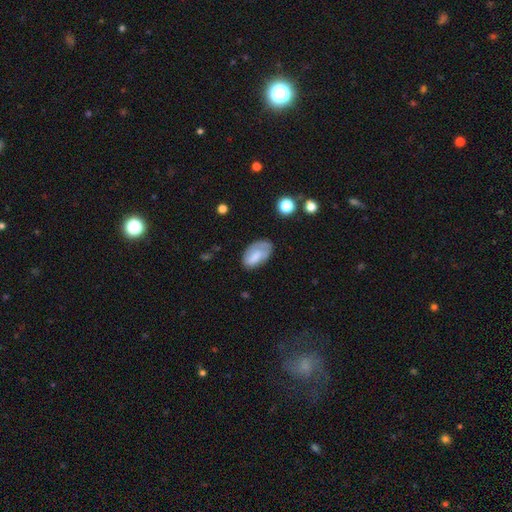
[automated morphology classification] smooth-or-featured: smooth: 66% | featured or disk: 26% | star or artifact: 8%
  how-rounded: in between: 93% | round: 5% | cigar-shaped: 2%
  merging: none: 58% | minor disturbance: 28% | major disturbance: 11% | merger: 2%